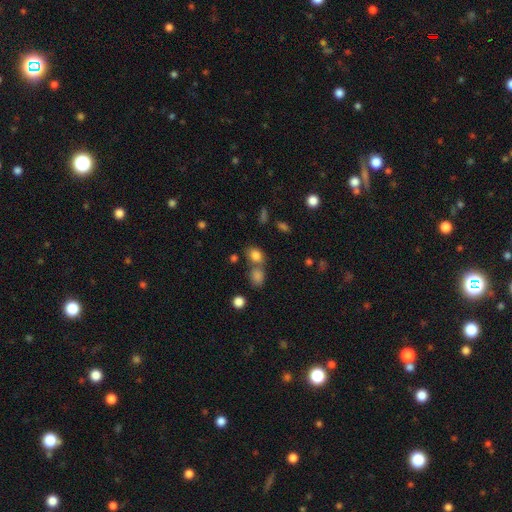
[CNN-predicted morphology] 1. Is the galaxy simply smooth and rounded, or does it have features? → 81% smooth, 12% star or artifact, 7% featured or disk.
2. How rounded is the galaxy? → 55% in between, 44% round, 2% cigar-shaped.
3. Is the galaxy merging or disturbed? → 51% none, 34% merger, 10% minor disturbance, 4% major disturbance.